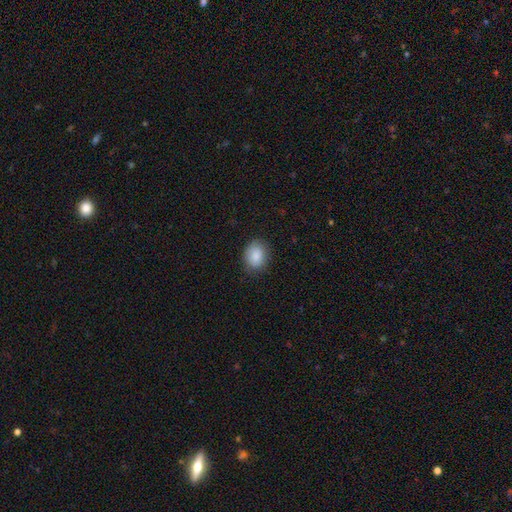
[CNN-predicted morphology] Smooth or featured? Predicted: smooth (p=0.87). How rounded? Predicted: in between (p=0.58). Merging? Predicted: none (p=0.83).